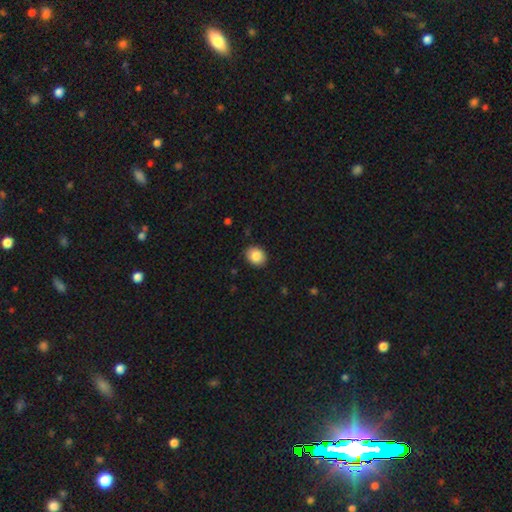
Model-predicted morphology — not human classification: Smooth or featured?
  - smooth: 85% *
  - star or artifact: 8%
  - featured or disk: 7%
How rounded?
  - round: 57% *
  - in between: 42%
  - cigar-shaped: 1%
Merging?
  - none: 89% *
  - minor disturbance: 8%
  - major disturbance: 2%
  - merger: 1%